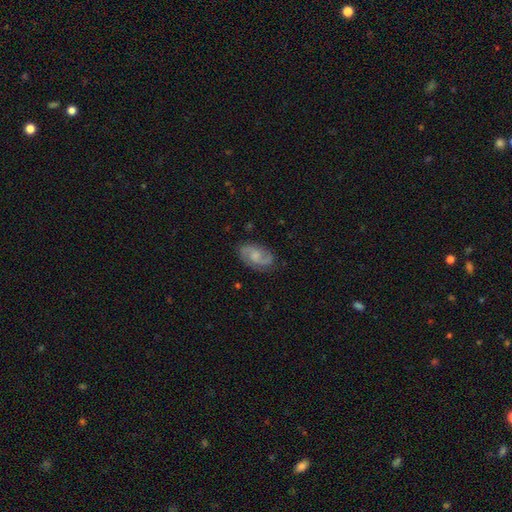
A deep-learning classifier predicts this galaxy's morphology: Smooth or featured?
  - featured or disk: 80% *
  - smooth: 14%
  - star or artifact: 6%
Edge-on disk?
  - no: 97% *
  - yes: 3%
Bar?
  - no: 54% *
  - weak: 40%
  - strong: 6%
Spiral arms?
  - yes: 96% *
  - no: 4%
Spiral winding?
  - medium: 53% *
  - tight: 24%
  - loose: 23%
Spiral arm count?
  - 2: 91% *
  - can't tell: 4%
  - 1: 2%
  - 3: 2%
  - 4: 1%
  - more than 4: 1%
Bulge size?
  - small: 33% * (tied)
  - moderate: 33% * (tied)
  - none: 27%
  - large: 6%
  - dominant: 1%
Merging?
  - none: 81% *
  - minor disturbance: 13%
  - major disturbance: 4%
  - merger: 1%